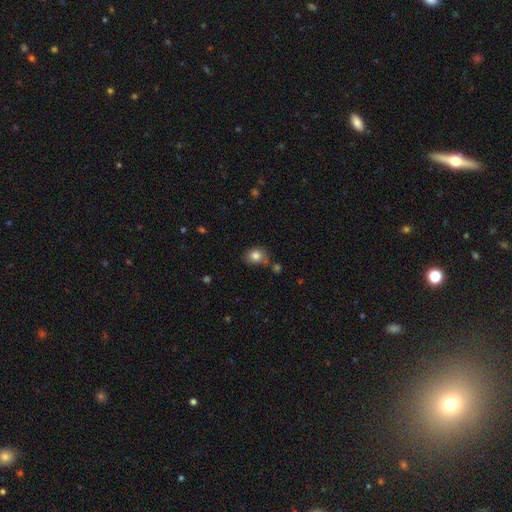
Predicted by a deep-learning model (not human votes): This is clearly a smooth galaxy (82%). How rounded: possibly round (55%). Merging: likely none (67%).